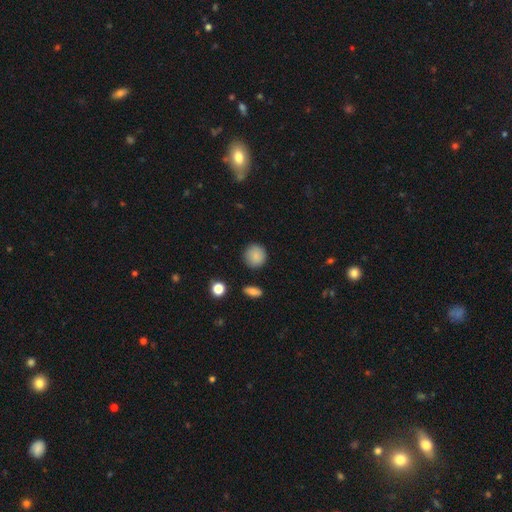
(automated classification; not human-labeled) A smooth galaxy with no disk features (86%) that is round (92%). Merging: none (88%).